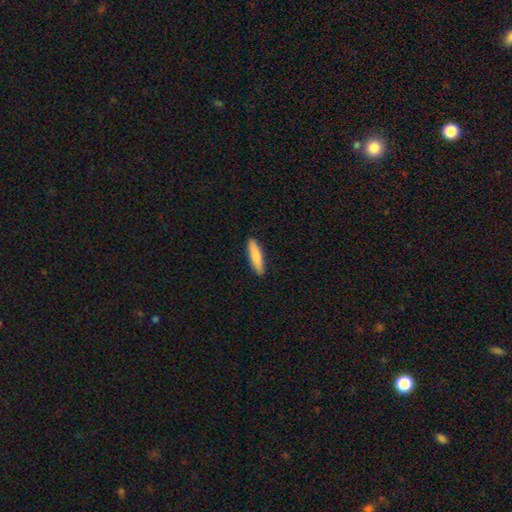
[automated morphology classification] smooth 85%, featured or disk 9%, star or artifact 5%. Down the decision tree: how rounded — cigar-shaped (78%); merging — none (91%).